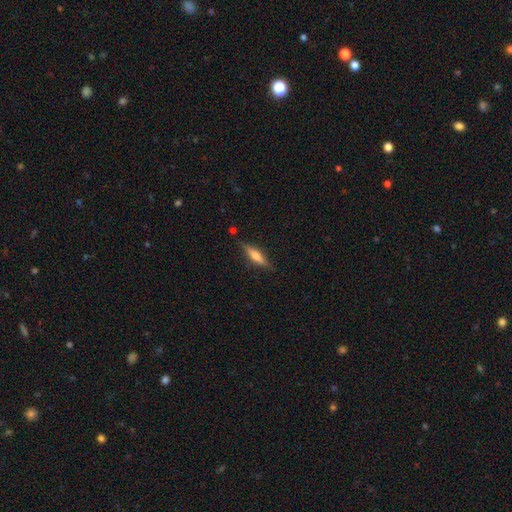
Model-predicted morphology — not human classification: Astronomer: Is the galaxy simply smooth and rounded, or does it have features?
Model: smooth — 51% (runner-up: featured or disk, 42%).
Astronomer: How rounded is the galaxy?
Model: cigar-shaped — 71%.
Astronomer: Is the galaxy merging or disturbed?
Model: none — 81%.